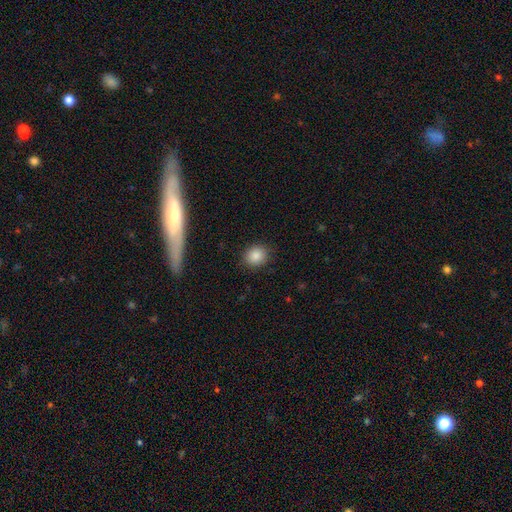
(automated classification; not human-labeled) This is clearly a smooth galaxy (85%). How rounded: likely round (74%). Merging: clearly none (88%).